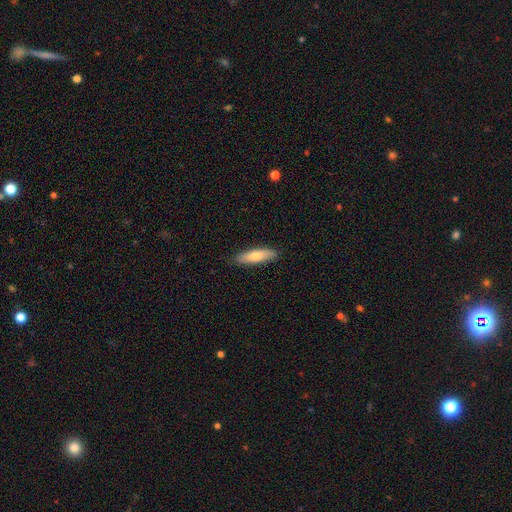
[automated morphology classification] Smooth or featured? Predicted: smooth (p=0.74). How rounded? Predicted: cigar-shaped (p=0.65). Merging? Predicted: none (p=0.86).